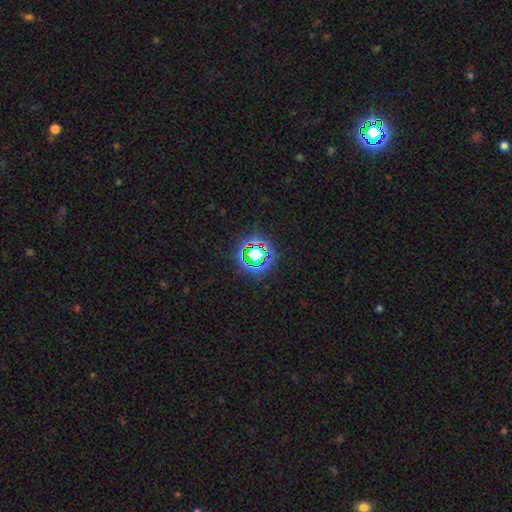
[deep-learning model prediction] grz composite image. It shows a star or artifact, not a galaxy (66%).